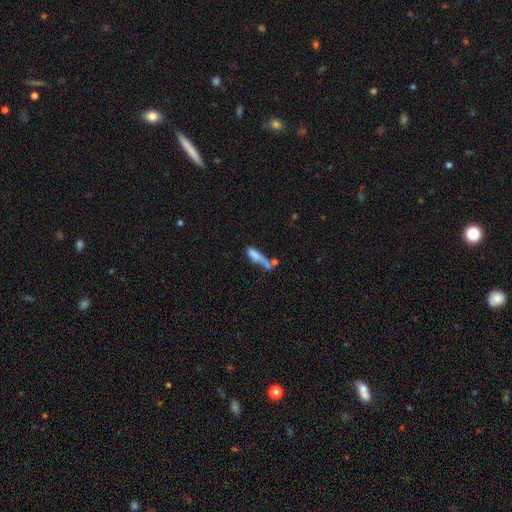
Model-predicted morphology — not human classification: This appears to be a smooth galaxy with no disk features (67%) that is cigar-shaped (65%). Merging: merger (40%).